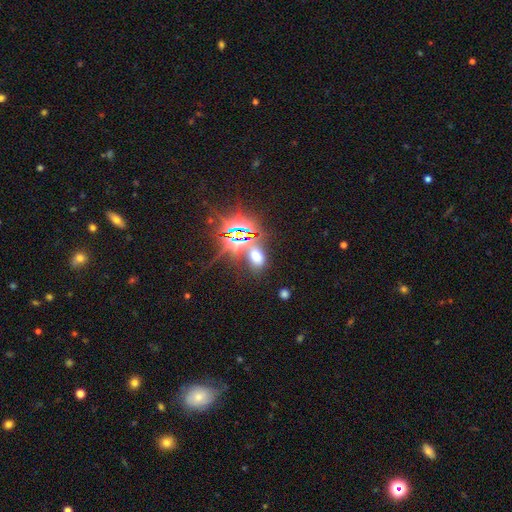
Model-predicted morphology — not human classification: Smooth or featured: smooth — 46% (star or artifact — 45%)
Merging: none — 67% (merger — 13%)